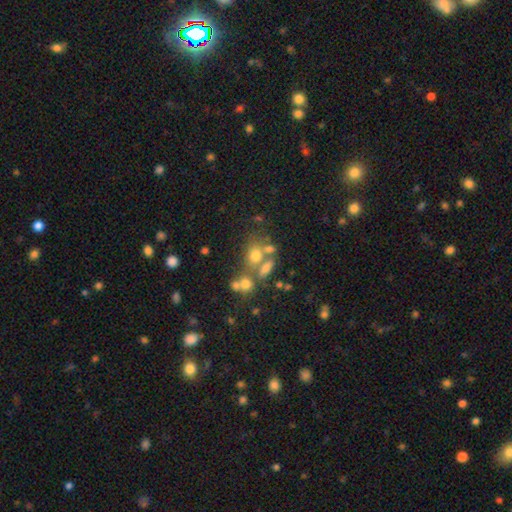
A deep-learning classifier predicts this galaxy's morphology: smooth 59%, star or artifact 21%, featured or disk 21%. Down the decision tree: how rounded — in between (50%); merging — none (42%).